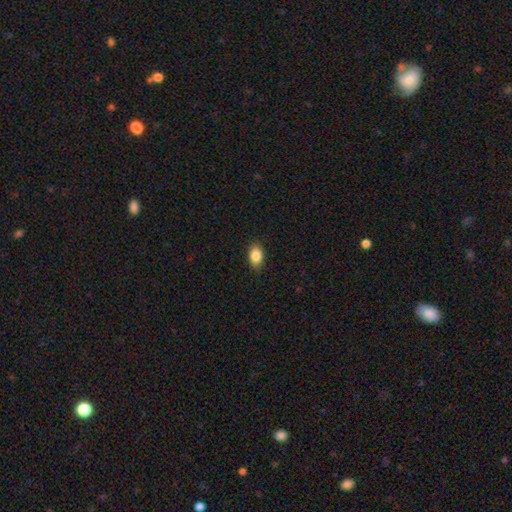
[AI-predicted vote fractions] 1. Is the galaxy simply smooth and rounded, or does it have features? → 87% smooth, 8% star or artifact, 5% featured or disk.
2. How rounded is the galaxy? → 86% in between, 13% round, 2% cigar-shaped.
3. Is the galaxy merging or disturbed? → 87% none, 10% minor disturbance, 2% major disturbance, 1% merger.